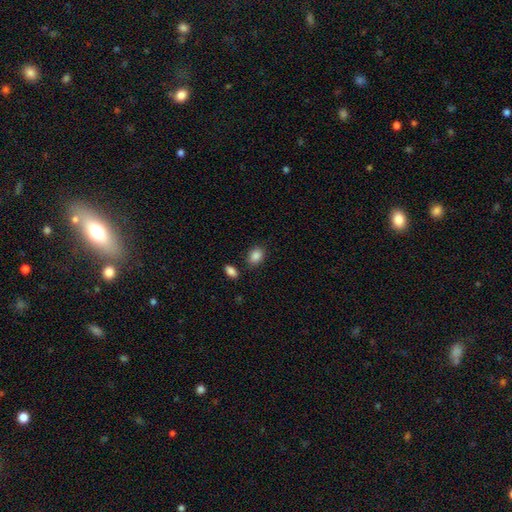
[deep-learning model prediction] A smooth galaxy with no disk features (88%) that is in between round and cigar-shaped (71%). Merging: none (80%).